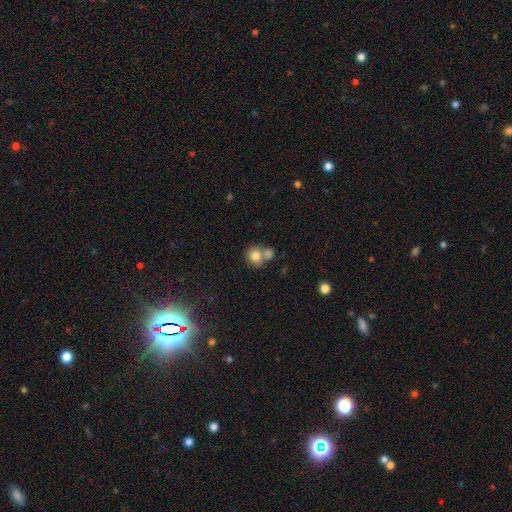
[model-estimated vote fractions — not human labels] The model was most divided on "merging": none: 44%, merger: 43%, minor disturbance: 9%, major disturbance: 4%. More confident: how rounded — round (79%); smooth or featured — smooth (79%).